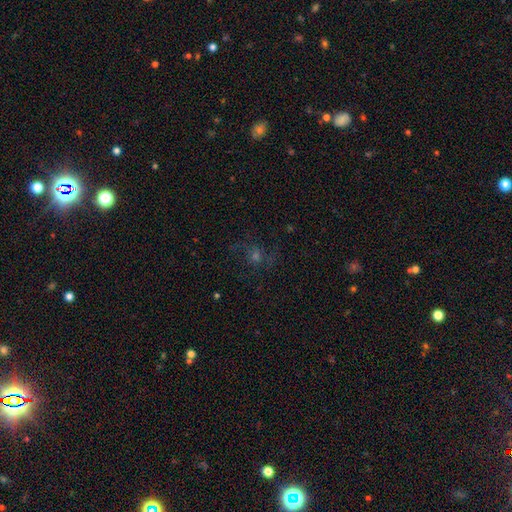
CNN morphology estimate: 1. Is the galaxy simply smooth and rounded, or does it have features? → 41% star or artifact, 30% smooth, 29% featured or disk.